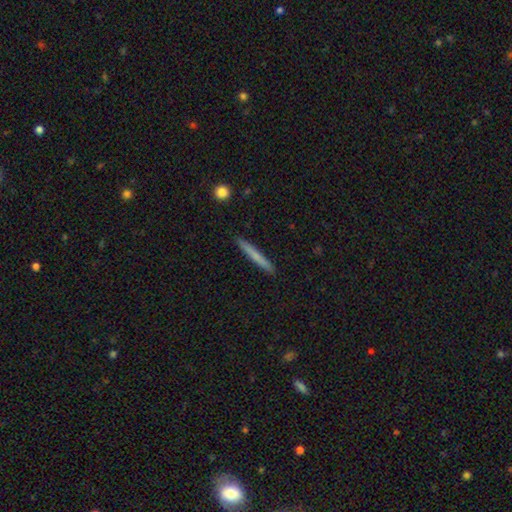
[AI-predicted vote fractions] Smooth or featured? smooth (69%)
How rounded? cigar-shaped (96%)
Merging? none (92%)